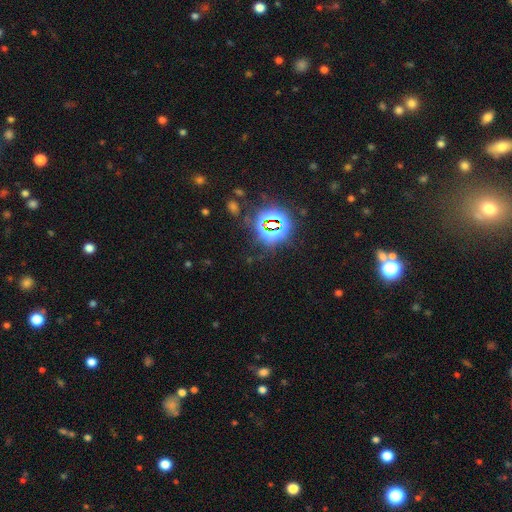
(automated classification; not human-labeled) A star or artifact, not a galaxy (80%).

Vote fractions:
- Smooth or featured? star or artifact: 80% / smooth: 12% / featured or disk: 8%